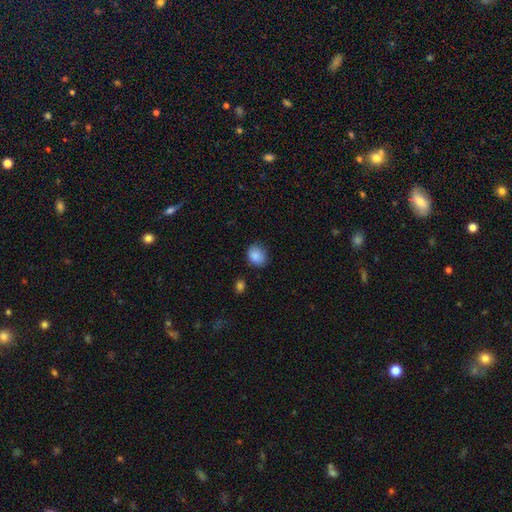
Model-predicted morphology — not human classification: A smooth galaxy with no disk features (88%) that is round (50%). Merging: none (73%).